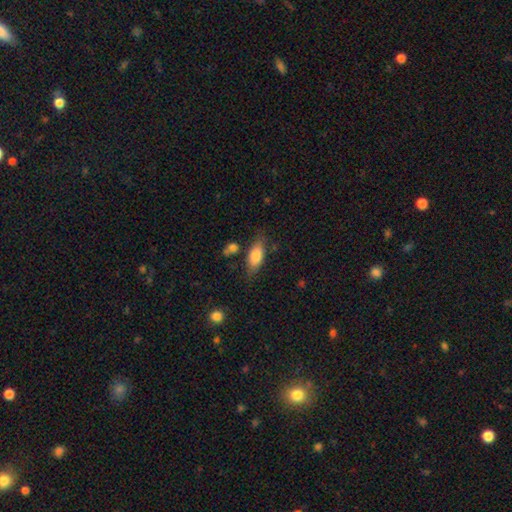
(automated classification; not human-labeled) This appears to be a smooth galaxy with no disk features (79%) that is in between round and cigar-shaped (81%). Merging: none (71%).